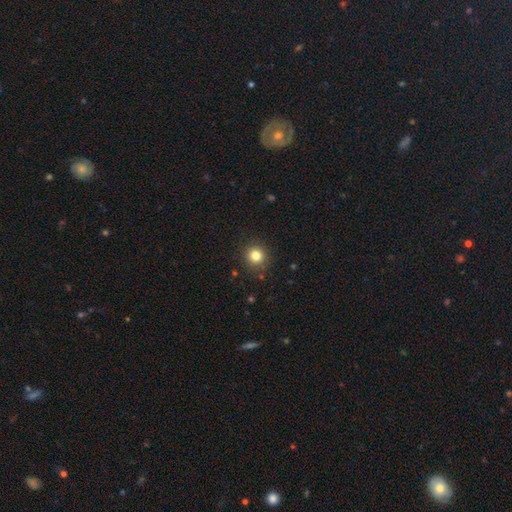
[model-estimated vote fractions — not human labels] Smooth or featured: smooth — 82% (star or artifact — 12%)
How rounded: round — 93% (in between — 6%)
Merging: none — 89% (minor disturbance — 7%)